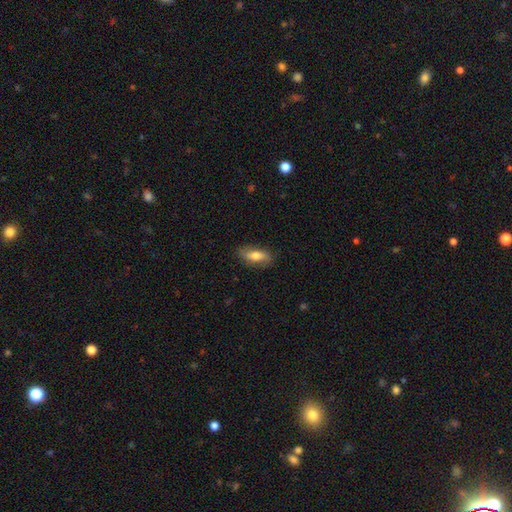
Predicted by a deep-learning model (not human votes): Smooth or featured? smooth (58%)
How rounded? in between (73%)
Merging? none (81%)